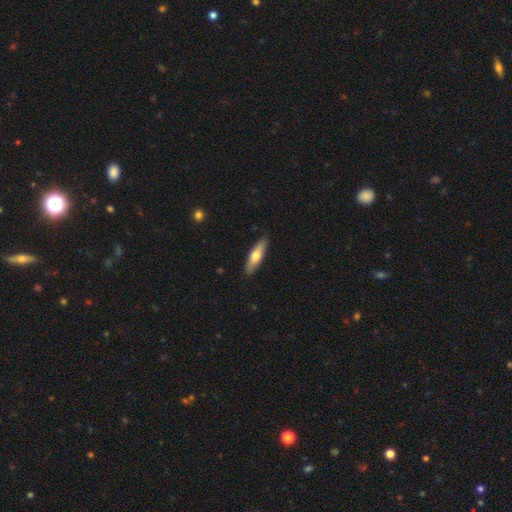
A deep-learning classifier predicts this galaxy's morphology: Smooth or featured? Predicted: smooth (p=0.61). How rounded? Predicted: cigar-shaped (p=0.63). Merging? Predicted: none (p=0.88).